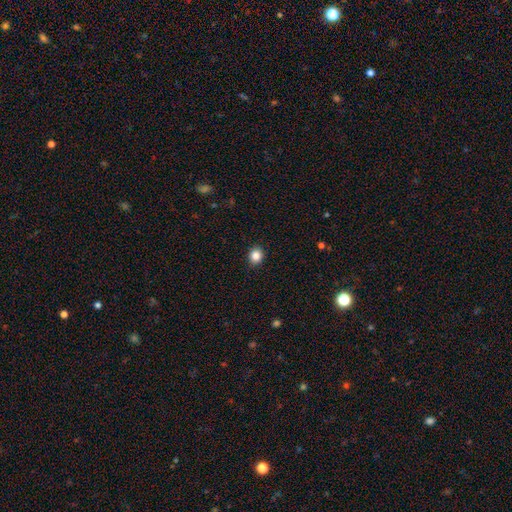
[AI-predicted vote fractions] A smooth galaxy with no disk features (85%) that is round (67%). Merging: none (91%).